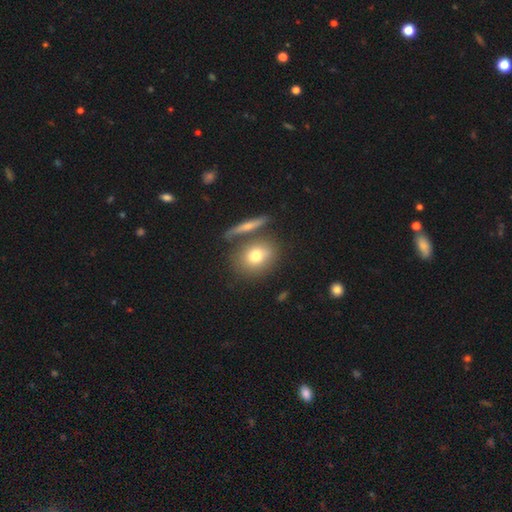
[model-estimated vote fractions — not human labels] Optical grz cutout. It shows a smooth galaxy with no disk features (73%) that is round (63%). Merging: none (67%).